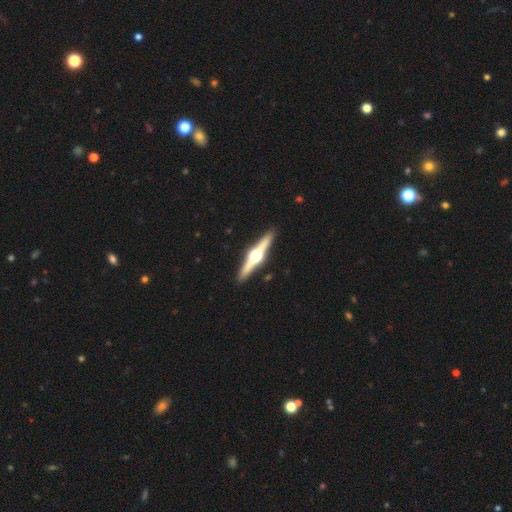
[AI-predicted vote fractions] featured or disk 83%, smooth 12%, star or artifact 4%. Down the decision tree: edge-on disk — yes (98%); edge-on bulge — rounded (97%); merging — none (92%).